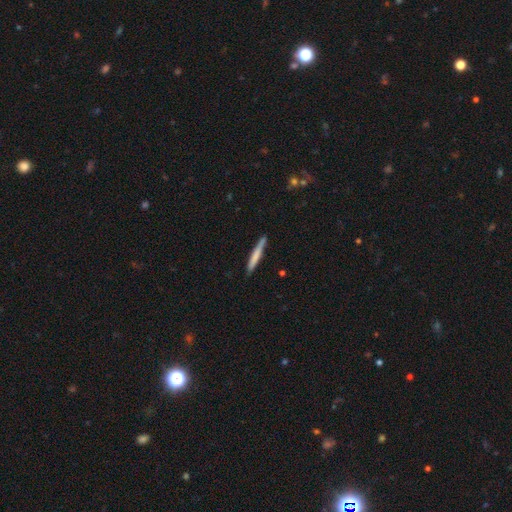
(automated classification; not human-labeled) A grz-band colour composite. It shows a smooth galaxy with no disk features (68%) that is cigar-shaped (96%). Merging: none (85%).